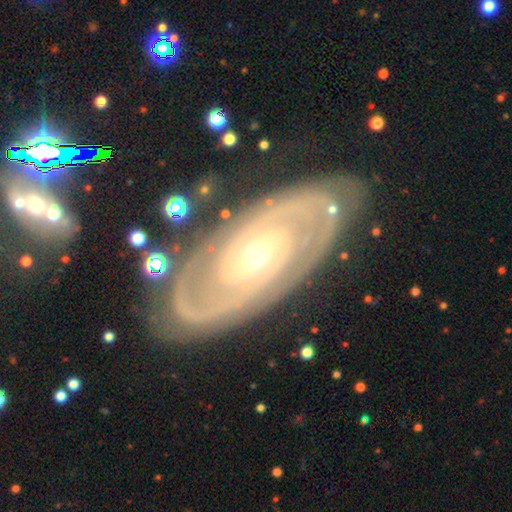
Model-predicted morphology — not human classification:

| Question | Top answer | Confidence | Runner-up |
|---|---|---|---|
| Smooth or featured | featured or disk | 89% | star or artifact (6%) |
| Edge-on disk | no | 94% | yes (6%) |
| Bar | no | 62% | weak (26%) |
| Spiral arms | yes | 96% | no (4%) |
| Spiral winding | tight | 74% | medium (22%) |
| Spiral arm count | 2 | 60% | can't tell (17%) |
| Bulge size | small | 60% | moderate (36%) |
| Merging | none | 82% | minor disturbance (12%) |